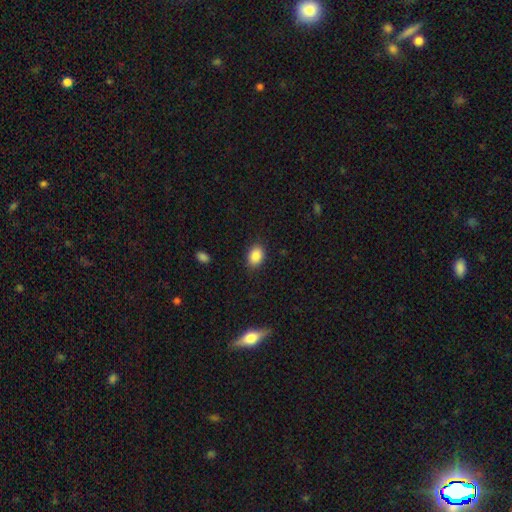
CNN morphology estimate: The model was most divided on "how rounded": in between: 74%, round: 25%, cigar-shaped: 1%. More confident: smooth or featured — smooth (87%); merging — none (85%).